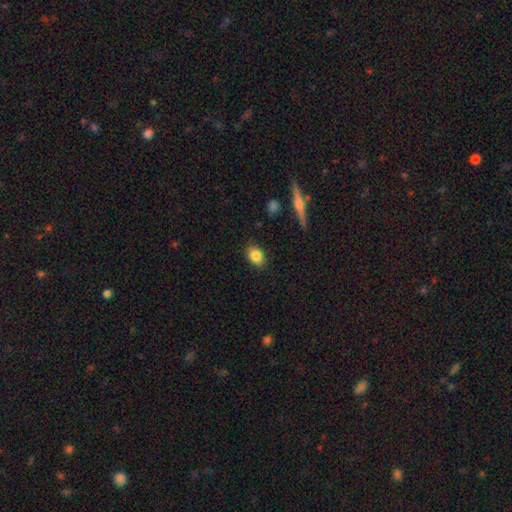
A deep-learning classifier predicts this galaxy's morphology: Smooth or featured?
  - smooth: 85% *
  - star or artifact: 9%
  - featured or disk: 7%
How rounded?
  - in between: 66% *
  - round: 32%
  - cigar-shaped: 2%
Merging?
  - none: 84% *
  - minor disturbance: 12%
  - major disturbance: 3%
  - merger: 1%